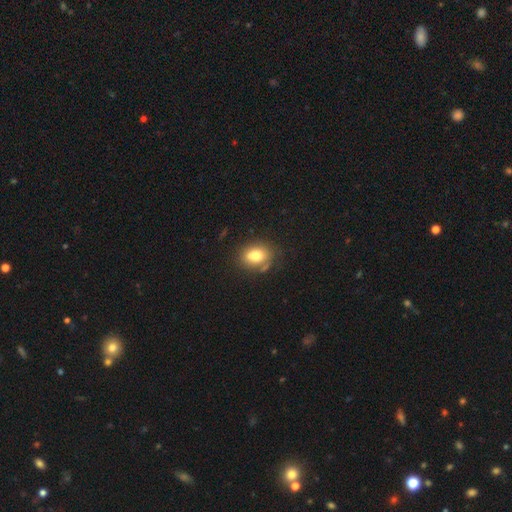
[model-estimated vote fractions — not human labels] Overall: smooth (75%). How rounded: in between (56%; round 42%). Merging: none (64%).